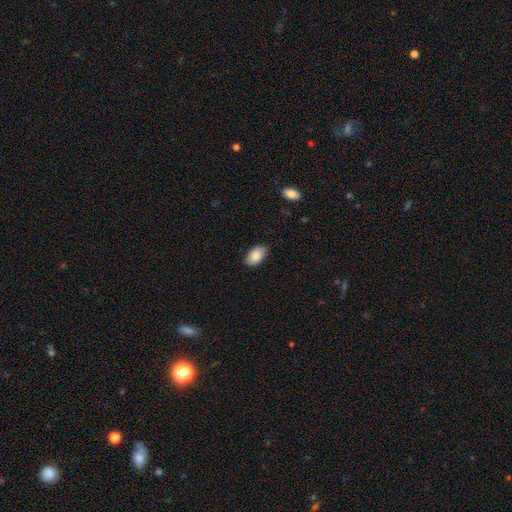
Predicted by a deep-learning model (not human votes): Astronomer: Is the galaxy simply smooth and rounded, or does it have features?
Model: smooth — 88%.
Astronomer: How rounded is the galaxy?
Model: in between — 93%.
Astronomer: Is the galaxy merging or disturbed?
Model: none — 85%.